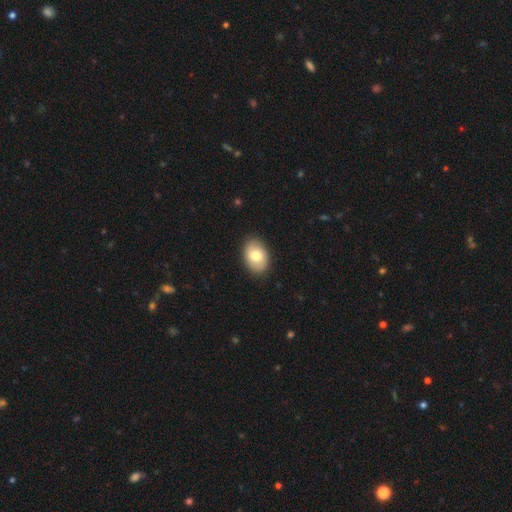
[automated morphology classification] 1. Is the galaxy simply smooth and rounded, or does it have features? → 76% smooth, 17% featured or disk, 7% star or artifact.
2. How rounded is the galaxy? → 84% in between, 15% round, 1% cigar-shaped.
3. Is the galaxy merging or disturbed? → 88% none, 9% minor disturbance, 2% major disturbance, 1% merger.